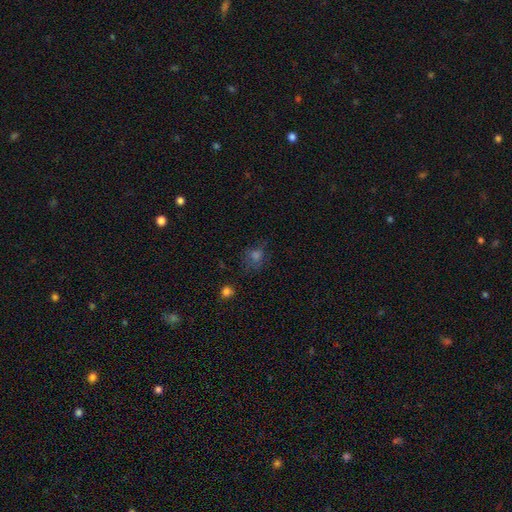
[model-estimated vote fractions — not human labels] Smooth or featured?
  - smooth: 54% *
  - star or artifact: 30%
  - featured or disk: 16%
How rounded?
  - round: 65% *
  - in between: 33%
  - cigar-shaped: 2%
Merging?
  - none: 62% *
  - minor disturbance: 20%
  - major disturbance: 15%
  - merger: 3%